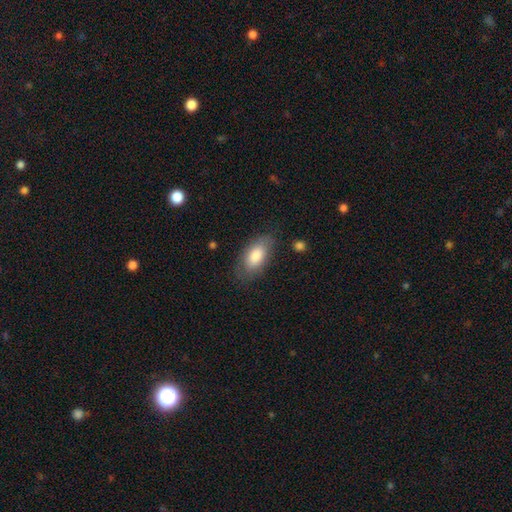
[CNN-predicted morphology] smooth_or_featured: smooth (p=0.79) [alt: featured or disk p=0.15]
how_rounded: in between (p=0.91) [alt: cigar-shaped p=0.06]
merging: none (p=0.74) [alt: minor disturbance p=0.19]